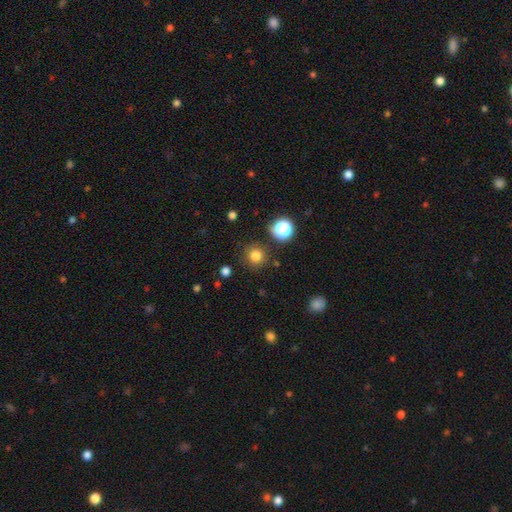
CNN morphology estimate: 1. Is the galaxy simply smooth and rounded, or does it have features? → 80% smooth, 15% star or artifact, 5% featured or disk.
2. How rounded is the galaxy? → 94% round, 5% in between, 1% cigar-shaped.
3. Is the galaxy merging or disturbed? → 87% none, 8% minor disturbance, 3% major disturbance, 2% merger.